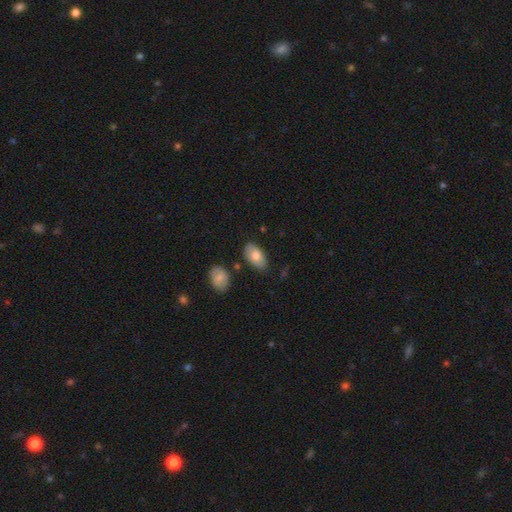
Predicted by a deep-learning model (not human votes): Q: Smooth or featured?
A: smooth (75%); runner-up: featured or disk (19%)
Q: How rounded?
A: in between (95%); runner-up: round (3%)
Q: Merging?
A: none (80%); runner-up: minor disturbance (13%)